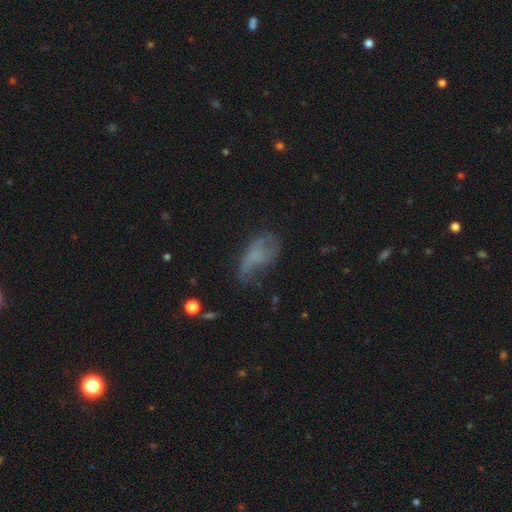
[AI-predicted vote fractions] This is possibly a smooth galaxy (51%). How rounded: clearly in between (84%). Merging: marginally none (34%).